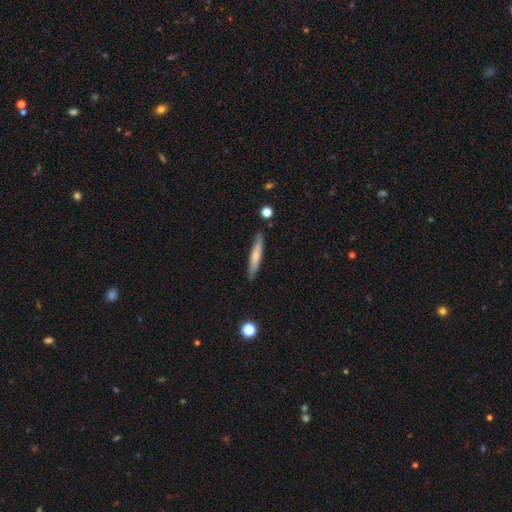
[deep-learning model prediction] A smooth galaxy with no disk features (66%) that is cigar-shaped (92%). Merging: none (85%).